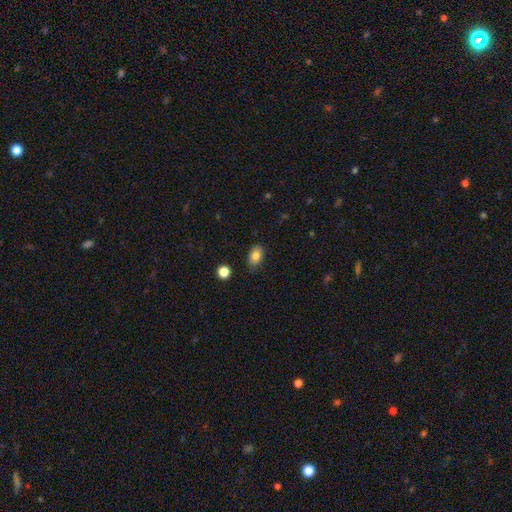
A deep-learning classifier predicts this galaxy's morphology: smooth 82%, featured or disk 9%, star or artifact 9%. Down the decision tree: how rounded — in between (86%); merging — none (85%).